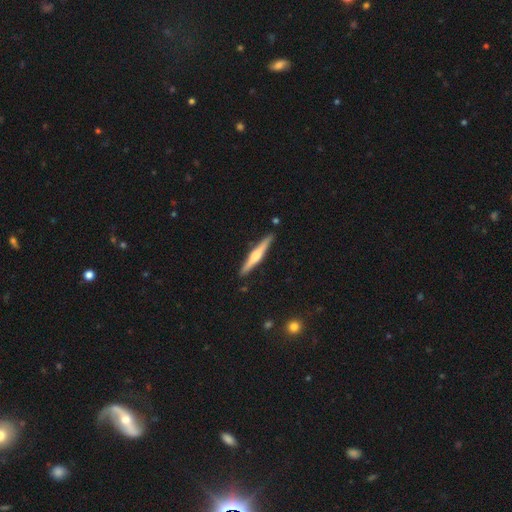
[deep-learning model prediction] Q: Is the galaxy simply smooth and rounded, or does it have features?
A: featured or disk — 61%.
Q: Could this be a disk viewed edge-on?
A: yes — 98%.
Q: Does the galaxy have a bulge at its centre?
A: rounded — 74%.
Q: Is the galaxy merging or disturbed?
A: none — 89%.